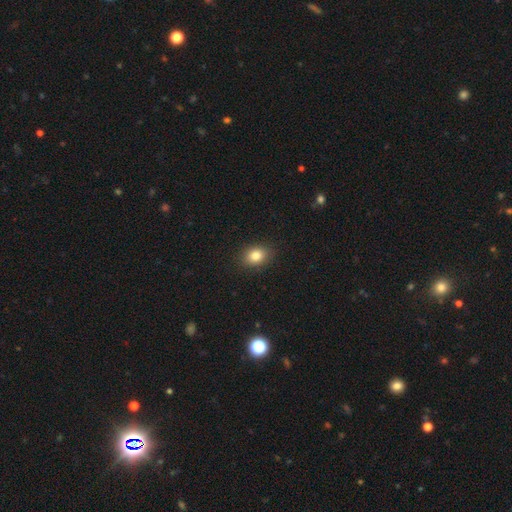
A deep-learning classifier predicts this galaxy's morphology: smooth-or-featured: smooth: 83% | star or artifact: 10% | featured or disk: 7%
  how-rounded: in between: 58% | round: 41% | cigar-shaped: 1%
  merging: none: 88% | minor disturbance: 8% | major disturbance: 2% | merger: 1%